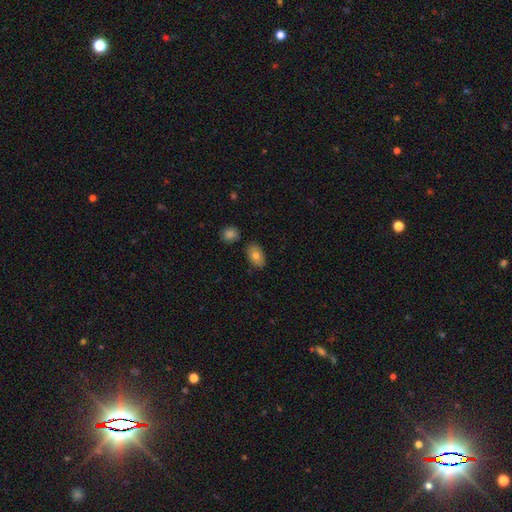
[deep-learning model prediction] Q: Smooth or featured?
A: smooth (79%); runner-up: featured or disk (13%)
Q: How rounded?
A: in between (90%); runner-up: round (8%)
Q: Merging?
A: none (81%); runner-up: minor disturbance (12%)